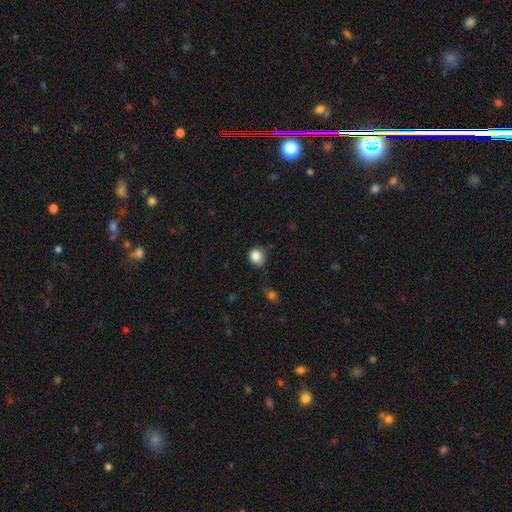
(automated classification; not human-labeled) Smooth or featured: smooth — 85% (star or artifact — 10%)
How rounded: round — 77% (in between — 22%)
Merging: none — 74% (minor disturbance — 20%)